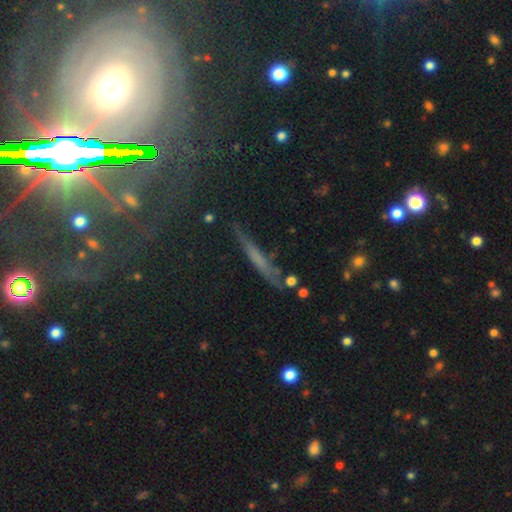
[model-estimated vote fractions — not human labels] smooth-or-featured: smooth: 47% | featured or disk: 40% | star or artifact: 14%
  merging: none: 74% | minor disturbance: 17% | major disturbance: 5% | merger: 4%